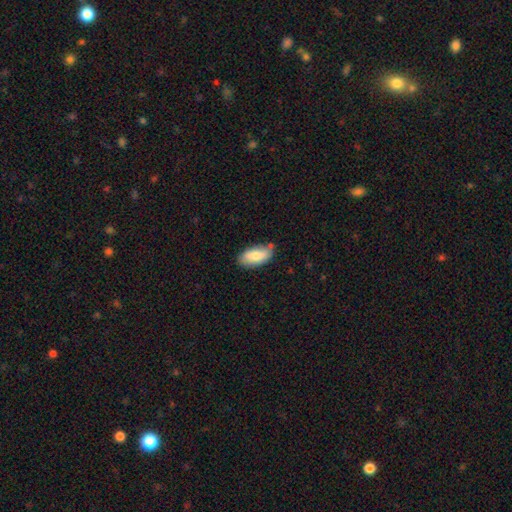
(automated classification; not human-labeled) smooth-or-featured: smooth: 78% | featured or disk: 16% | star or artifact: 6%
  how-rounded: in between: 92% | cigar-shaped: 5% | round: 2%
  merging: none: 74% | minor disturbance: 19% | merger: 4% | major disturbance: 3%